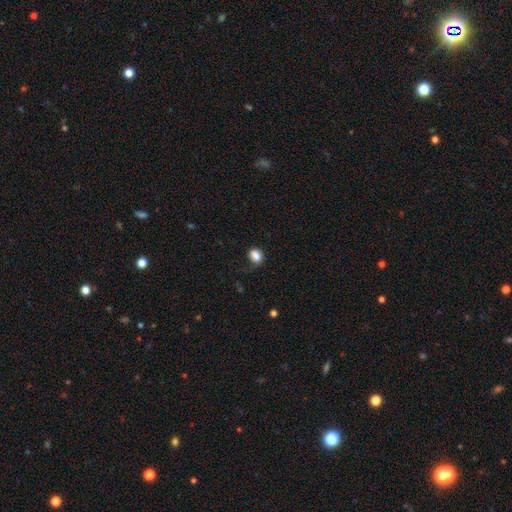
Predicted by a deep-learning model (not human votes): Q: Smooth or featured?
A: smooth (82%); runner-up: star or artifact (9%)
Q: How rounded?
A: in between (57%); runner-up: round (42%)
Q: Merging?
A: none (47%); runner-up: minor disturbance (28%)